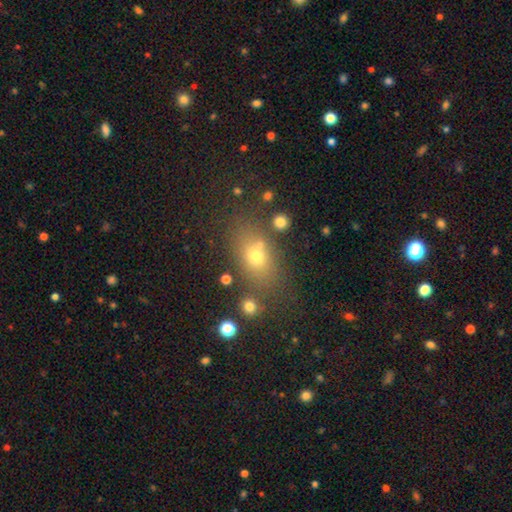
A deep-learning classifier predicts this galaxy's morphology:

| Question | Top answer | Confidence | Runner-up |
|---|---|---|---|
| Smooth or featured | smooth | 68% | star or artifact (16%) |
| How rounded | in between | 69% | round (26%) |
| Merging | none | 69% | minor disturbance (14%) |